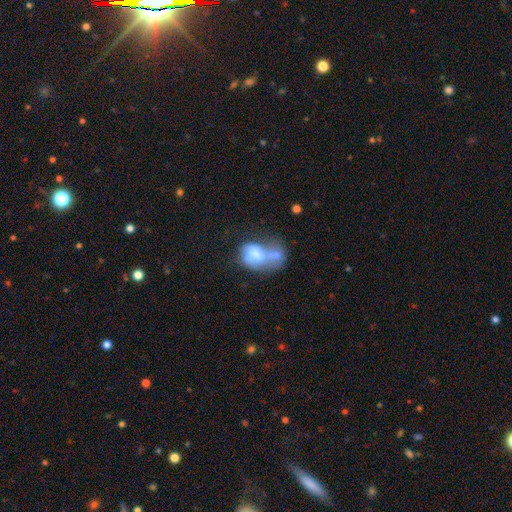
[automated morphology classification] smooth-or-featured: smooth: 54% | featured or disk: 36% | star or artifact: 10%
  how-rounded: in between: 76% | round: 23% | cigar-shaped: 2%
  merging: merger: 55% | major disturbance: 20% | none: 14% | minor disturbance: 11%